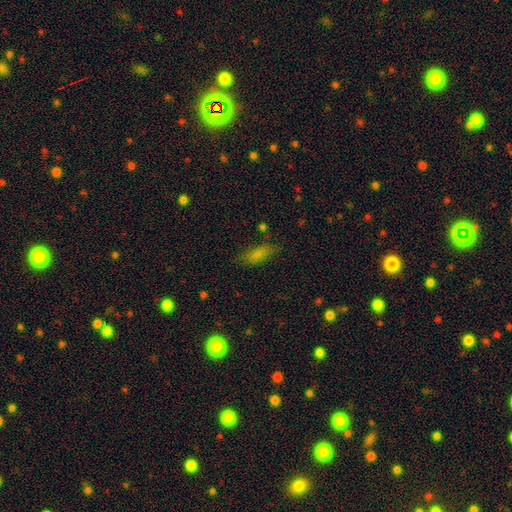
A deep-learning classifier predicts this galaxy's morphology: Overall: smooth (73%). How rounded: in between (63%; cigar-shaped 33%). Merging: none (74%).